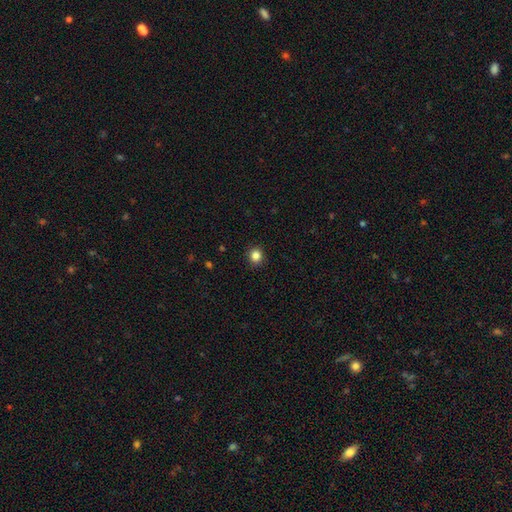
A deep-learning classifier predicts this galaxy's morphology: Smooth or featured? smooth (84%)
How rounded? round (88%)
Merging? none (92%)